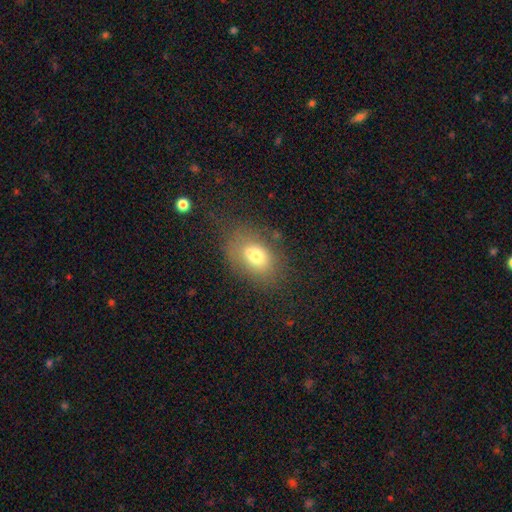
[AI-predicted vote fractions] A smooth galaxy with no disk features (72%) that is in between round and cigar-shaped (80%). Merging: none (57%).